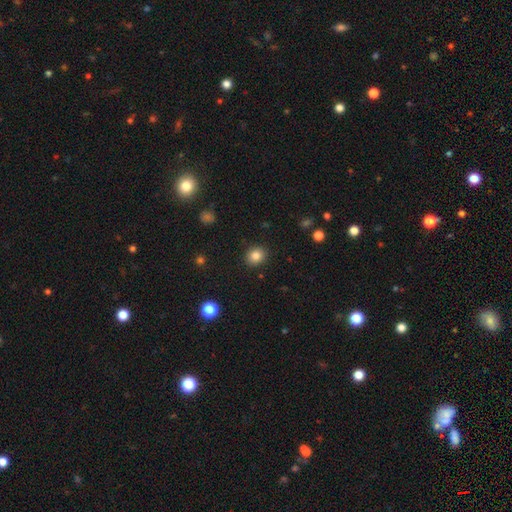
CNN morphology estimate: Smooth or featured: smooth — 83% (star or artifact — 11%)
How rounded: round — 71% (in between — 28%)
Merging: none — 90% (minor disturbance — 7%)